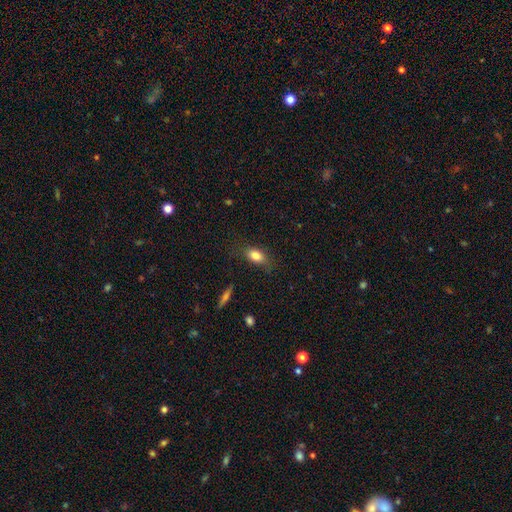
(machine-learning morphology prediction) This appears to be a smooth galaxy with no disk features (80%) that is in between round and cigar-shaped (82%). Merging: none (73%).